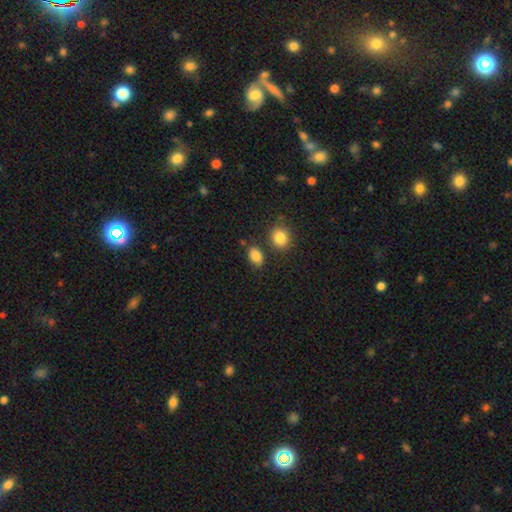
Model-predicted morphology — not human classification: Smooth or featured: smooth — 86% (star or artifact — 9%)
How rounded: in between — 78% (round — 20%)
Merging: none — 78% (minor disturbance — 11%)